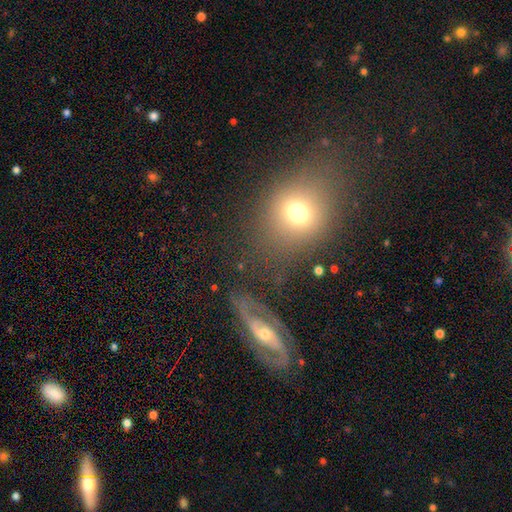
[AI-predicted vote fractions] smooth-or-featured: smooth: 44% | featured or disk: 34% | star or artifact: 22%
  merging: none: 70% | minor disturbance: 15% | merger: 8% | major disturbance: 7%